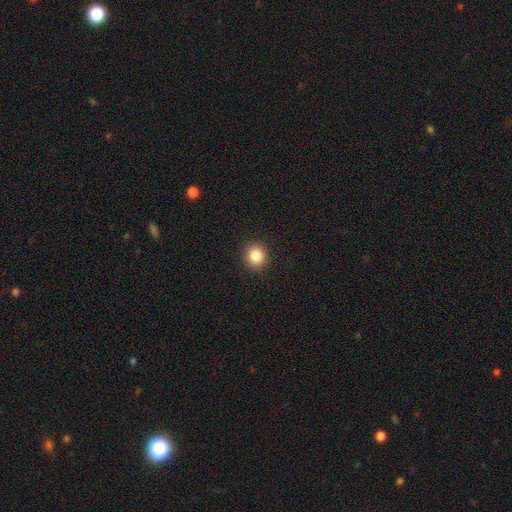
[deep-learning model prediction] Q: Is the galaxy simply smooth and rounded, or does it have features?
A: smooth — 85%.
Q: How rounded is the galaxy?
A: round — 89%.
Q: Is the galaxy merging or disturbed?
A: none — 92%.